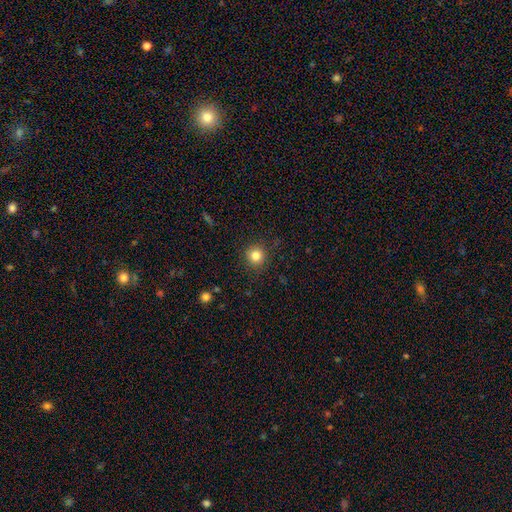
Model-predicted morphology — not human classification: smooth-or-featured: smooth: 83% | star or artifact: 12% | featured or disk: 5%
  how-rounded: round: 92% | in between: 7% | cigar-shaped: 1%
  merging: none: 89% | minor disturbance: 7% | major disturbance: 3% | merger: 1%